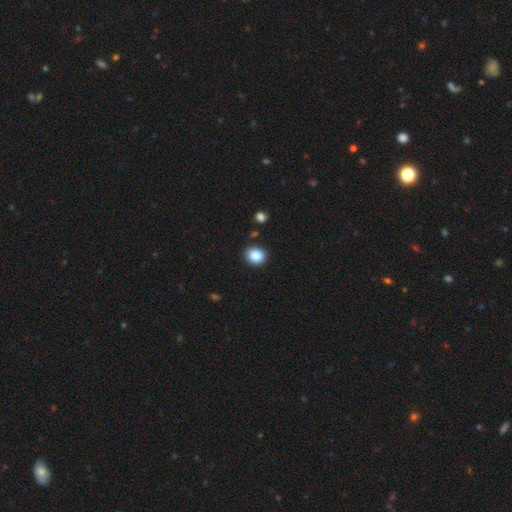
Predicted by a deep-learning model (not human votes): Overall: smooth (87%). How rounded: round (72%). Merging: none (87%).